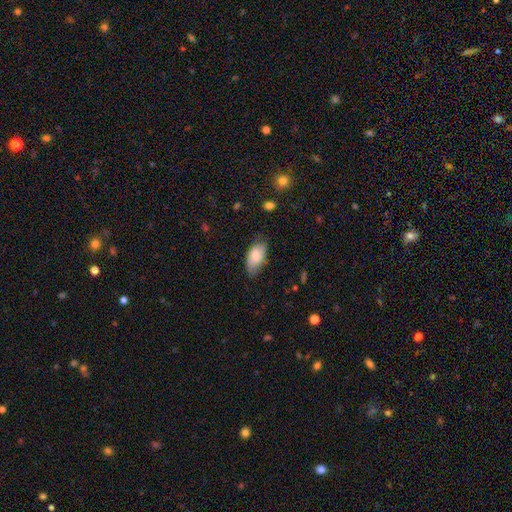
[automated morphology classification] A smooth galaxy with no disk features (80%) that is in between round and cigar-shaped (93%). Merging: none (65%).